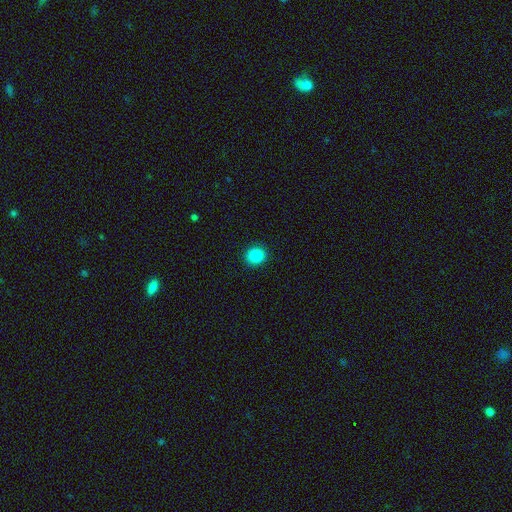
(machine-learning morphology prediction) The model was most divided on "how rounded": round: 79%, in between: 20%, cigar-shaped: 1%. More confident: merging — none (91%); smooth or featured — smooth (88%).